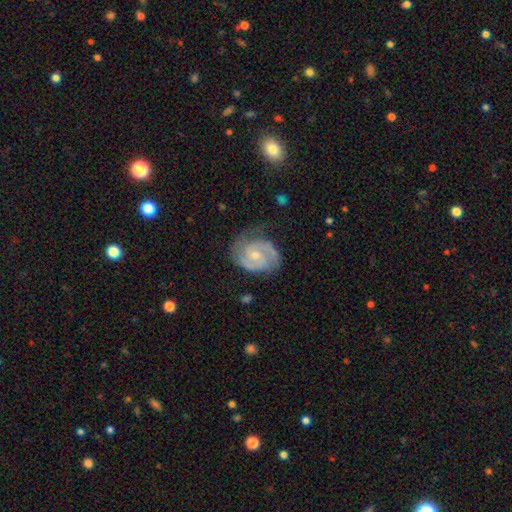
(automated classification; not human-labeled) smooth-or-featured: featured or disk: 86% | smooth: 9% | star or artifact: 5%
  disk-edge-on: no: 98% | yes: 2%
    bar: no: 60% | weak: 34% | strong: 6%
    has-spiral-arms: yes: 97% | no: 3%
      spiral-winding: tight: 48% | medium: 43% | loose: 9%
      spiral-arm-count: 2: 81% | can't tell: 7% | 3: 7% | 1: 2% | 4: 2% | more than 4: 2%
    bulge-size: small: 49% | moderate: 48% | none: 1% | large: 1% | dominant: 1%
  merging: none: 70% | minor disturbance: 21% | major disturbance: 7% | merger: 1%